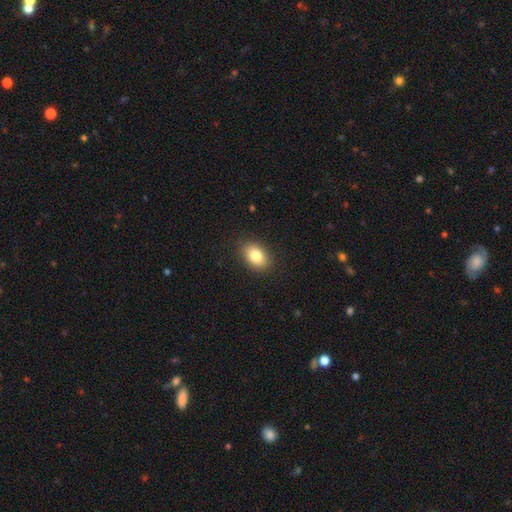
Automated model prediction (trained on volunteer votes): This is clearly a smooth galaxy (82%). How rounded: clearly in between (81%). Merging: clearly none (88%).